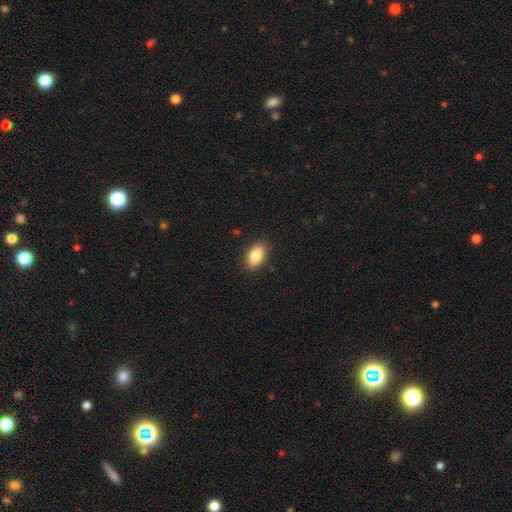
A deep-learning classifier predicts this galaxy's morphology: Overall: smooth (86%). How rounded: in between (91%). Merging: none (88%).